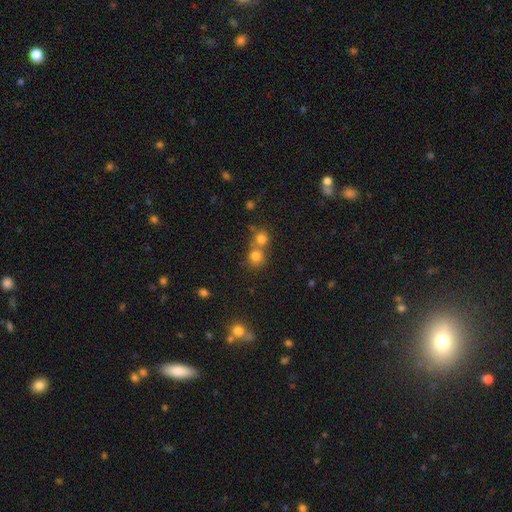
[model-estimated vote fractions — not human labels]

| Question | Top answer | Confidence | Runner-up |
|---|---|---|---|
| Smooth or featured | smooth | 76% | star or artifact (15%) |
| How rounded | round | 84% | in between (15%) |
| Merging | merger | 48% | none (43%) |